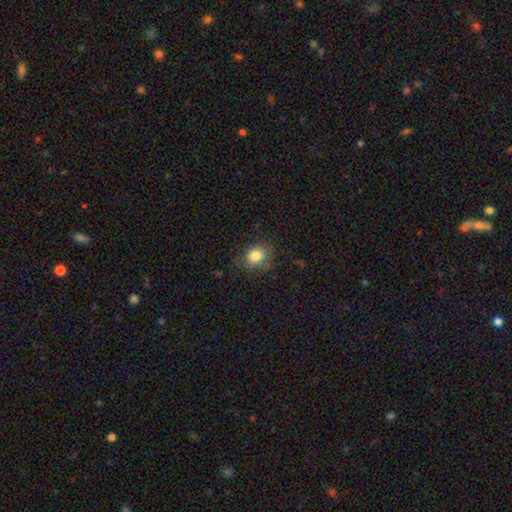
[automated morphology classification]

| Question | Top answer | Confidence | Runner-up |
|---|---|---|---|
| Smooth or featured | smooth | 82% | star or artifact (10%) |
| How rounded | round | 54% | in between (45%) |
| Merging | none | 75% | minor disturbance (18%) |